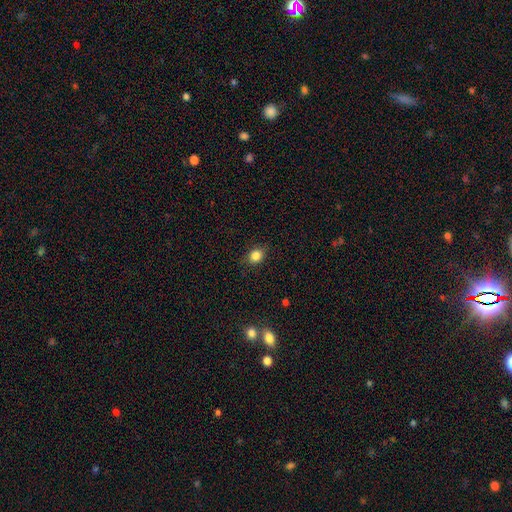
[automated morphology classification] Smooth or featured? Predicted: smooth (p=0.83). How rounded? Predicted: round (p=0.61). Merging? Predicted: none (p=0.85).